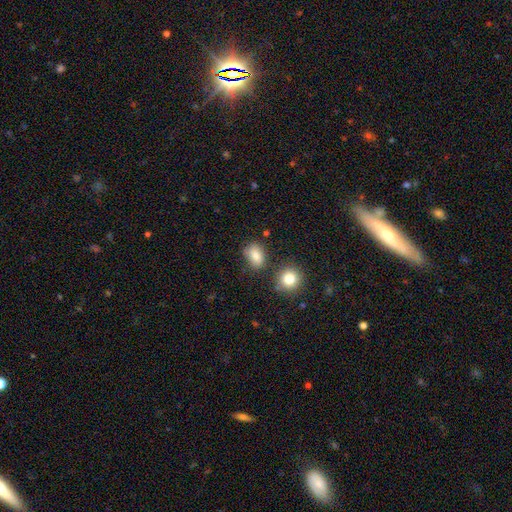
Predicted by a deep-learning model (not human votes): This is clearly a smooth galaxy (82%). How rounded: likely in between (74%). Merging: likely none (69%).